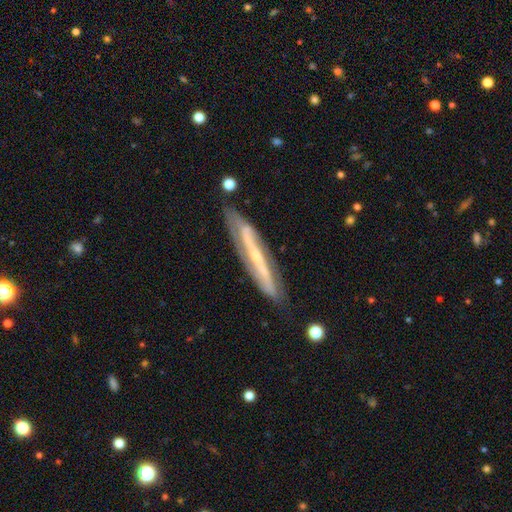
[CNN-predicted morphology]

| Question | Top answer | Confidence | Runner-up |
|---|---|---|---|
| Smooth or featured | featured or disk | 78% | smooth (17%) |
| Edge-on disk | yes | 53% | no (47%) |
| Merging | none | 78% | minor disturbance (16%) |